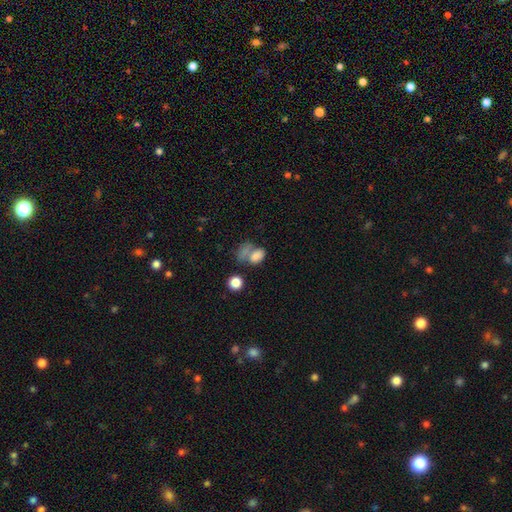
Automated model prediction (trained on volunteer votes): A smooth galaxy with no disk features (76%) that is in between round and cigar-shaped (80%). Merging: merger (38%).